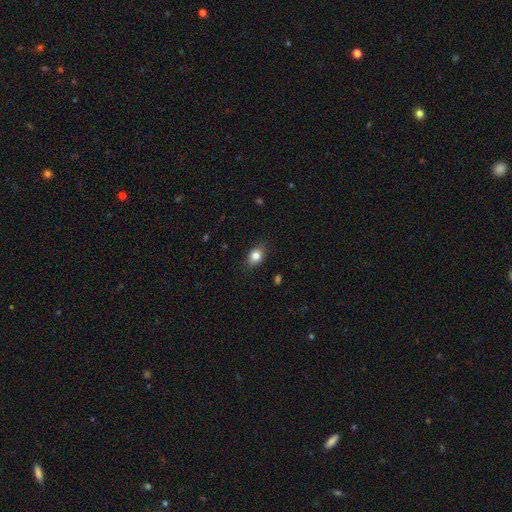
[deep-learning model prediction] Smooth or featured? smooth (81%)
How rounded? in between (68%)
Merging? none (82%)